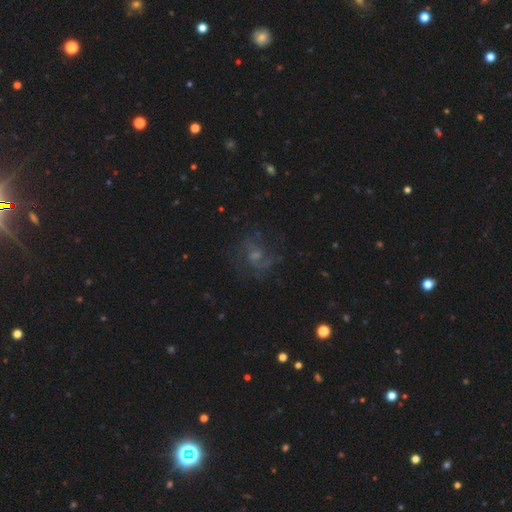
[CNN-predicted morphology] Smooth or featured: featured or disk — 58% (smooth — 22%)
Edge-on disk: no — 97% (yes — 3%)
Bar: no — 60% (weak — 34%)
Spiral arms: yes — 81% (no — 19%)
Bulge size: small — 40% (moderate — 37%)
Merging: none — 64% (minor disturbance — 17%)